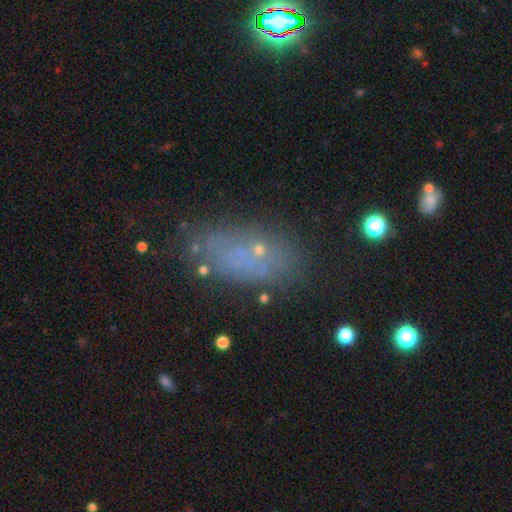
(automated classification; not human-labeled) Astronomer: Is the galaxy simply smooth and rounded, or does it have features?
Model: smooth — 53%.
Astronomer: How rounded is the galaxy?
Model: in between — 87%.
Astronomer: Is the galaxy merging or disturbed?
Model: none — 64%.